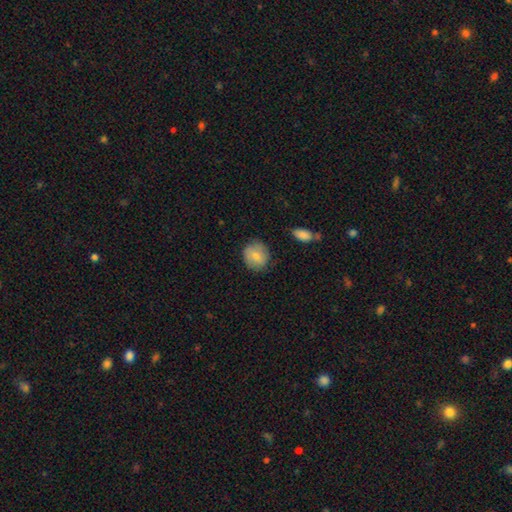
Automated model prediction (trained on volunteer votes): smooth-or-featured: smooth: 76% | featured or disk: 16% | star or artifact: 7%
  how-rounded: round: 81% | in between: 18% | cigar-shaped: 1%
  merging: none: 79% | minor disturbance: 16% | major disturbance: 4% | merger: 2%